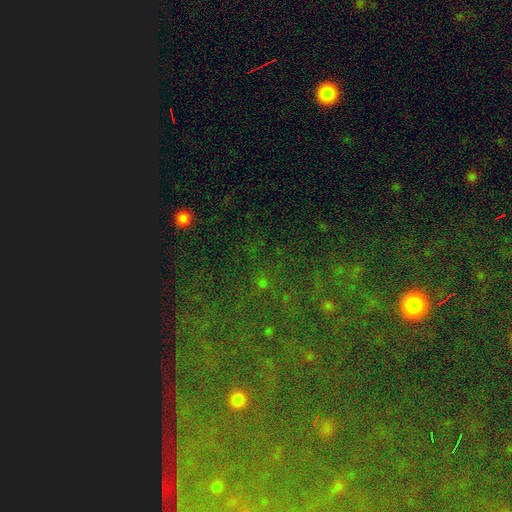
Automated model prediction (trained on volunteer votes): The model was most divided on "smooth or featured": star or artifact: 64%, featured or disk: 19%, smooth: 16%.